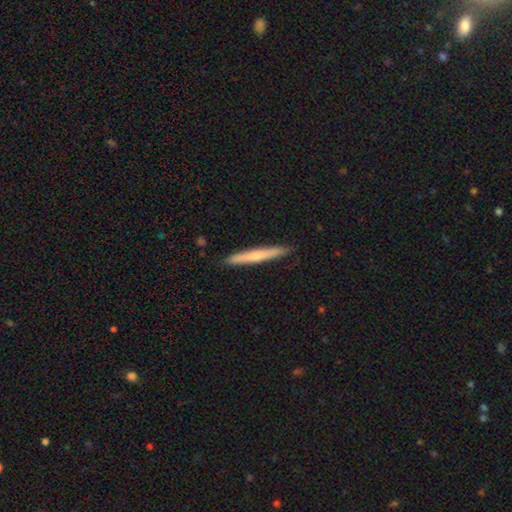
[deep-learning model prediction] smooth_or_featured: smooth (p=0.63) [alt: featured or disk p=0.32]
how_rounded: cigar-shaped (p=0.96) [alt: in between p=0.03]
merging: none (p=0.91) [alt: minor disturbance p=0.06]